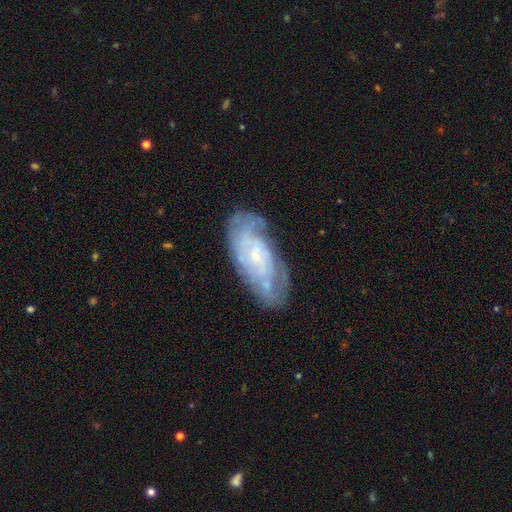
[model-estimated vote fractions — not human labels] This is likely a featured or disk galaxy (72%). It is clearly not viewed edge-on (92%). Bar: likely no (62%). Spiral arm pattern: likely yes (79%). Spiral arm count: possibly can't tell (55%). Spiral winding: possibly tight (60%). Central bulge: likely small (72%). Merging: likely none (63%).